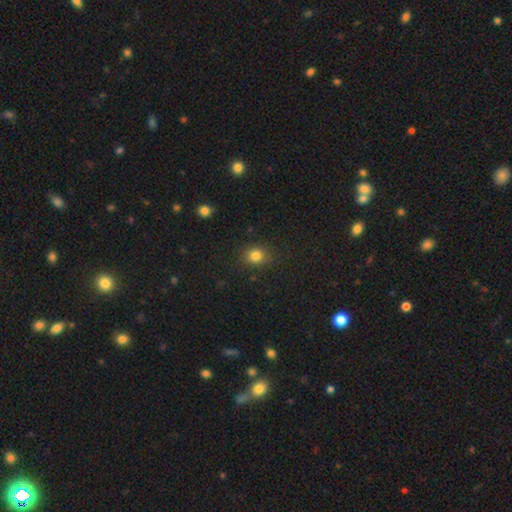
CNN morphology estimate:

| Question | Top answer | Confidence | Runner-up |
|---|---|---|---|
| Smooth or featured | smooth | 82% | star or artifact (13%) |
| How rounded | round | 67% | in between (32%) |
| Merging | none | 85% | minor disturbance (10%) |